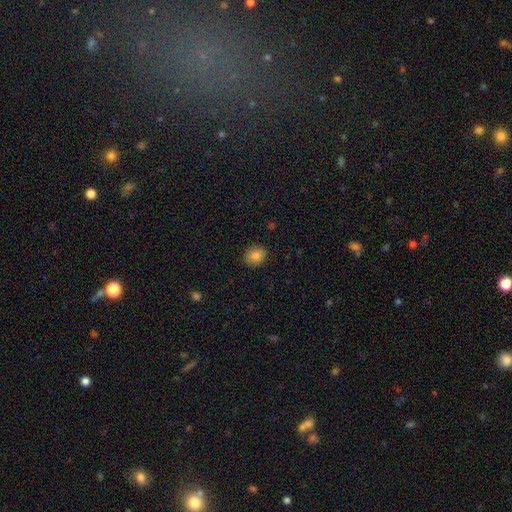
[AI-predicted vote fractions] A smooth galaxy with no disk features (83%) that is round (72%). Merging: none (89%).